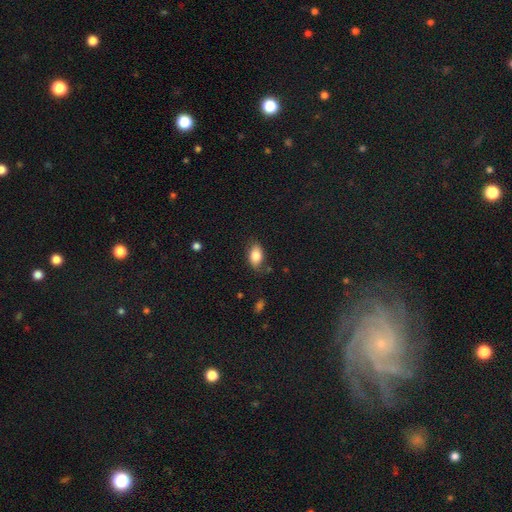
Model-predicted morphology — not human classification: This appears to be a smooth galaxy with no disk features (82%) that is in between round and cigar-shaped (89%). Merging: none (76%).